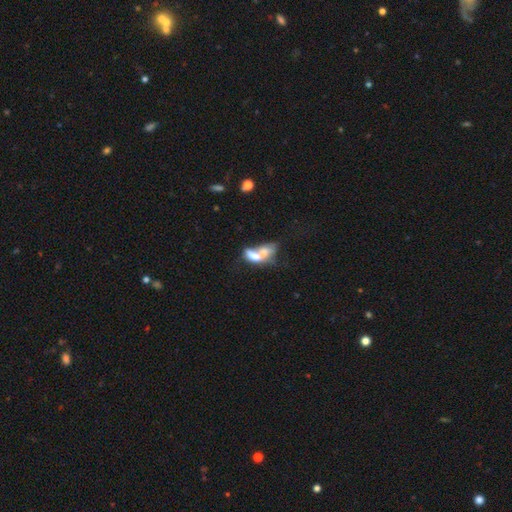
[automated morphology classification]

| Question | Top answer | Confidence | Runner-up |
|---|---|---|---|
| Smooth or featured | smooth | 56% | featured or disk (34%) |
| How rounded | in between | 75% | cigar-shaped (17%) |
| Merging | merger | 64% | major disturbance (15%) |